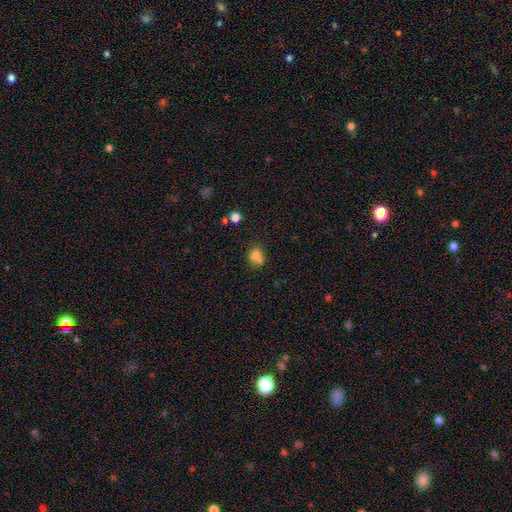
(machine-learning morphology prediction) Smooth or featured? smooth (76%)
How rounded? round (61%)
Merging? none (41%)